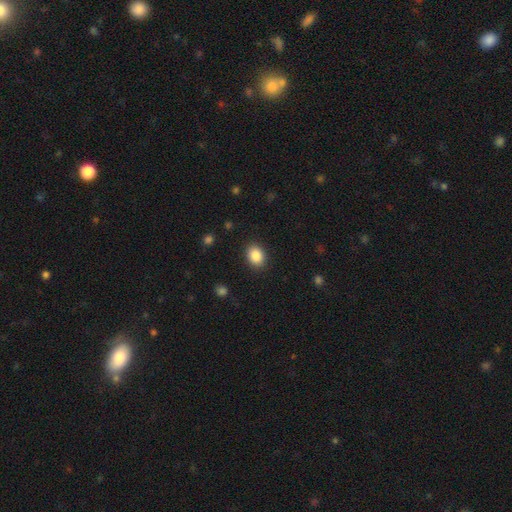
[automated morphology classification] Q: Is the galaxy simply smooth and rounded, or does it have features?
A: smooth — 87%.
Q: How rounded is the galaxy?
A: in between — 62%.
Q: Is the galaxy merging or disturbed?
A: none — 88%.